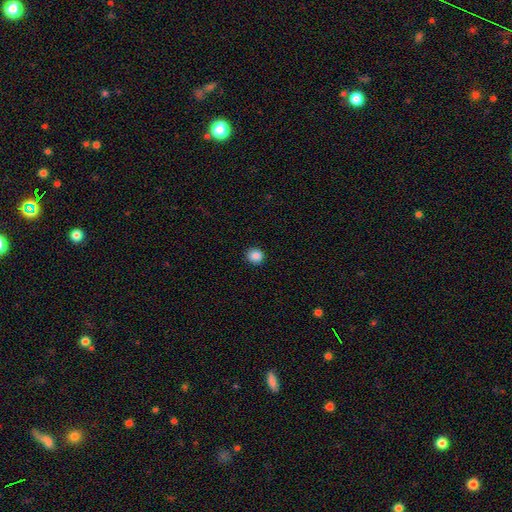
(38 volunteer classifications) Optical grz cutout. It shows a smooth galaxy with no disk features (87%) that is round (94%). Merging: none (86%).